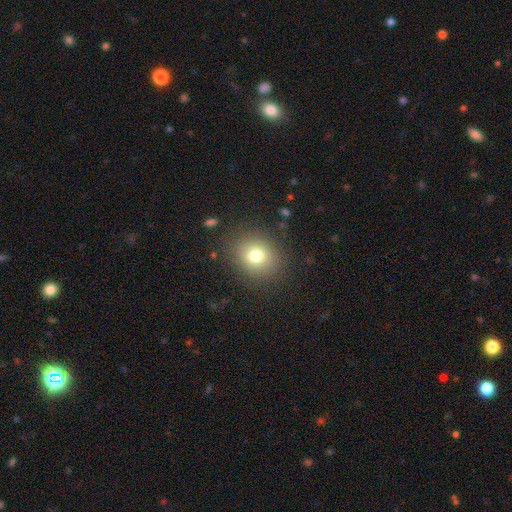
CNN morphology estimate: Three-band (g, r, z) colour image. It shows a smooth galaxy with no disk features (76%) that is round (74%). Merging: none (86%).